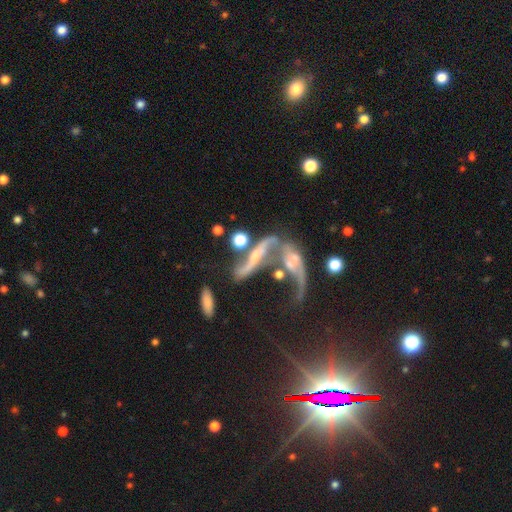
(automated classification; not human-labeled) Smooth or featured?
  - featured or disk: 59% *
  - star or artifact: 25%
  - smooth: 16%
Edge-on disk?
  - no: 60% *
  - yes: 40%
Merging?
  - merger: 53% *
  - none: 22%
  - major disturbance: 15%
  - minor disturbance: 9%